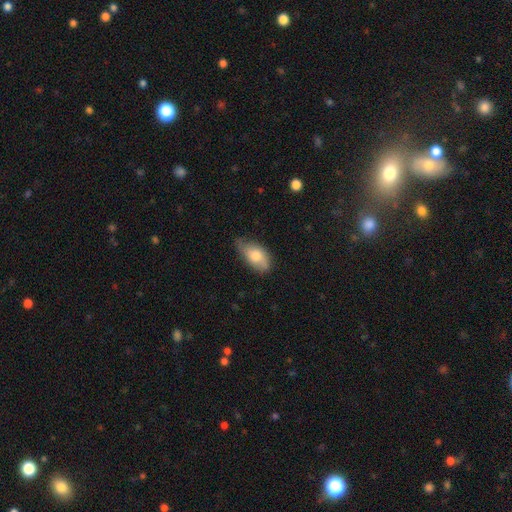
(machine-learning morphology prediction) Smooth or featured: smooth — 69% (featured or disk — 25%)
How rounded: in between — 91% (cigar-shaped — 5%)
Merging: none — 57% (minor disturbance — 35%)